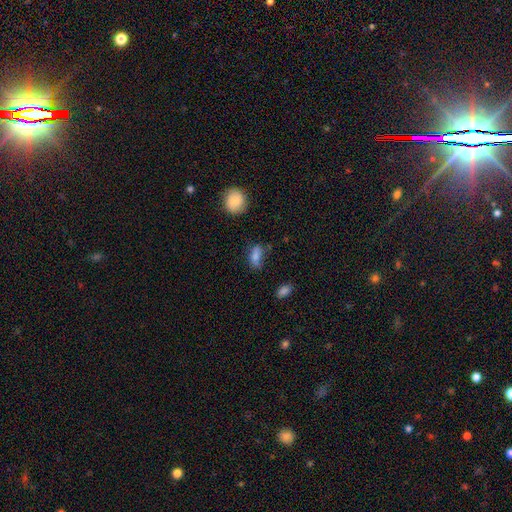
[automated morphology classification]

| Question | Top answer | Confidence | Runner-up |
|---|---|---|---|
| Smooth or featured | smooth | 77% | featured or disk (13%) |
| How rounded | in between | 81% | cigar-shaped (13%) |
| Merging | none | 57% | minor disturbance (27%) |